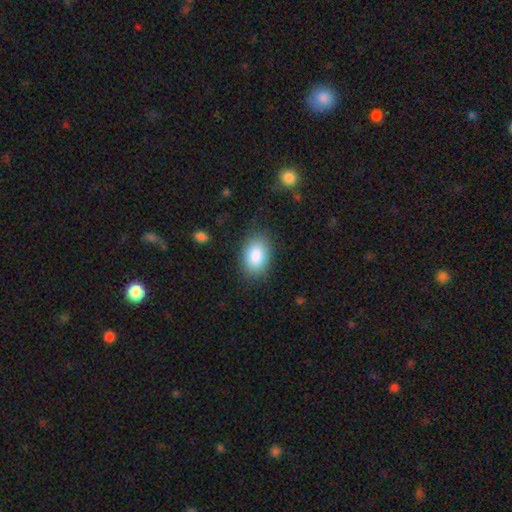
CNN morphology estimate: smooth-or-featured: smooth: 87% | star or artifact: 7% | featured or disk: 6%
  how-rounded: in between: 88% | round: 11% | cigar-shaped: 1%
  merging: none: 82% | minor disturbance: 13% | major disturbance: 4% | merger: 1%